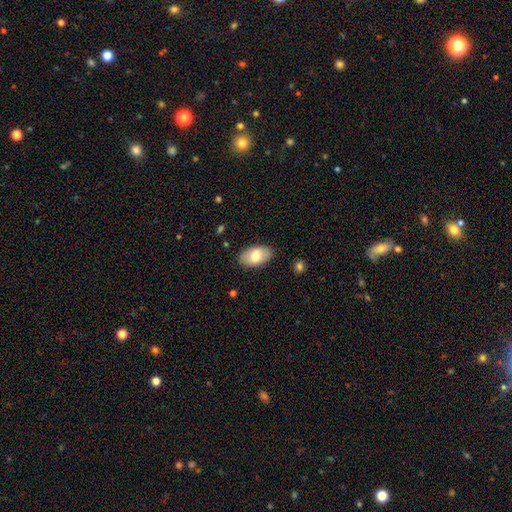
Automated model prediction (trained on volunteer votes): A smooth galaxy with no disk features (75%) that is in between round and cigar-shaped (94%).

Vote fractions:
- Smooth or featured? smooth: 75% / featured or disk: 19% / star or artifact: 6%
- How rounded? in between: 94% / round: 5% / cigar-shaped: 1%
- Merging? none: 86% / minor disturbance: 10% / major disturbance: 2% / merger: 1%